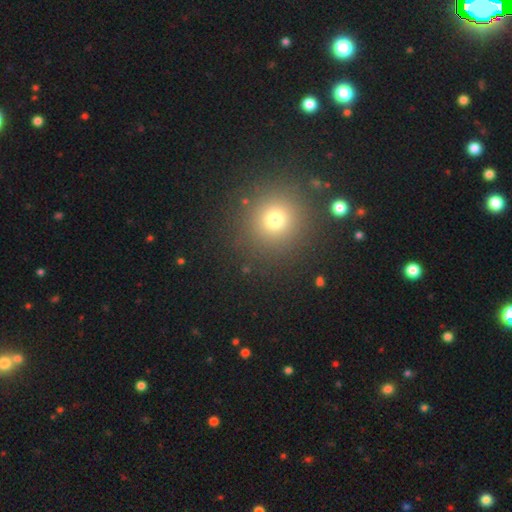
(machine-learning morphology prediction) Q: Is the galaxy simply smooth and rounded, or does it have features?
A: smooth — 63%.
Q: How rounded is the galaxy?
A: round — 94%.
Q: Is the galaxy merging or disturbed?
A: none — 91%.